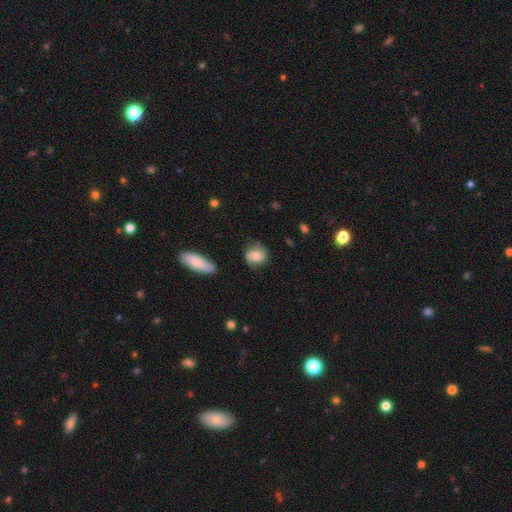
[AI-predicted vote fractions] Q: Smooth or featured?
A: featured or disk (49%); runner-up: smooth (43%)
Q: Merging?
A: none (73%); runner-up: minor disturbance (19%)